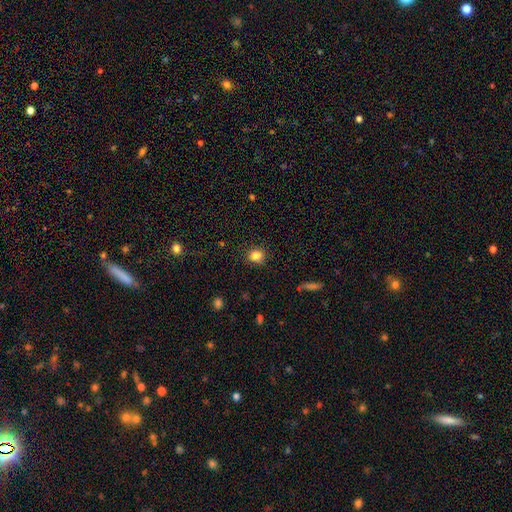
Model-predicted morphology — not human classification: This appears to be a smooth galaxy with no disk features (84%) that is round (82%). Merging: none (88%).